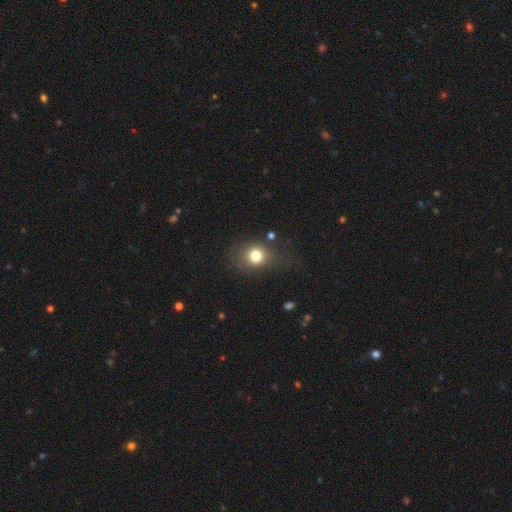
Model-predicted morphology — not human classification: Smooth or featured?
  - smooth: 77% *
  - star or artifact: 13%
  - featured or disk: 11%
How rounded?
  - round: 66% *
  - in between: 33%
  - cigar-shaped: 1%
Merging?
  - none: 65% *
  - minor disturbance: 20%
  - major disturbance: 12%
  - merger: 3%